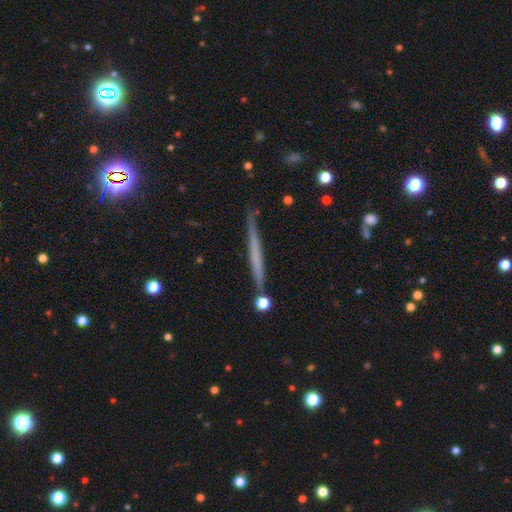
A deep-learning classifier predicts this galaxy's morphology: Smooth or featured: featured or disk — 49% (smooth — 43%)
Merging: none — 84% (minor disturbance — 11%)